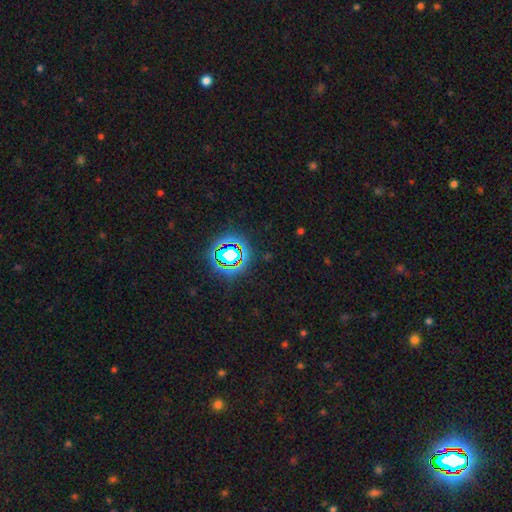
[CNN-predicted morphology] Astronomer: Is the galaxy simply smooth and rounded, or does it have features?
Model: star or artifact — 77%.